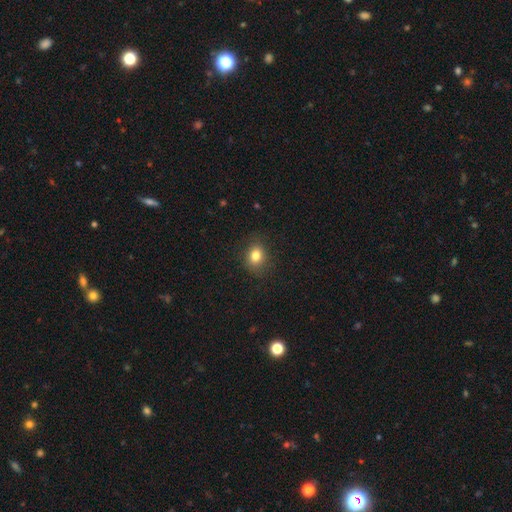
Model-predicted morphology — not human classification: A smooth galaxy with no disk features (81%) that is round (52%). Merging: none (85%).